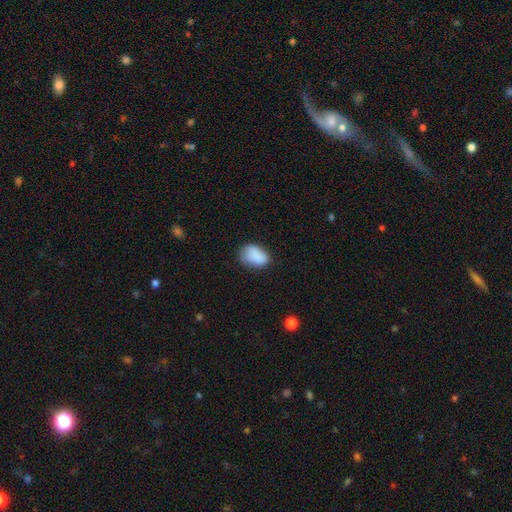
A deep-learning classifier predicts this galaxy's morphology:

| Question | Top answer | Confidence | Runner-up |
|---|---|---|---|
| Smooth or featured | smooth | 86% | star or artifact (7%) |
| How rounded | in between | 83% | round (16%) |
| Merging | none | 68% | minor disturbance (25%) |